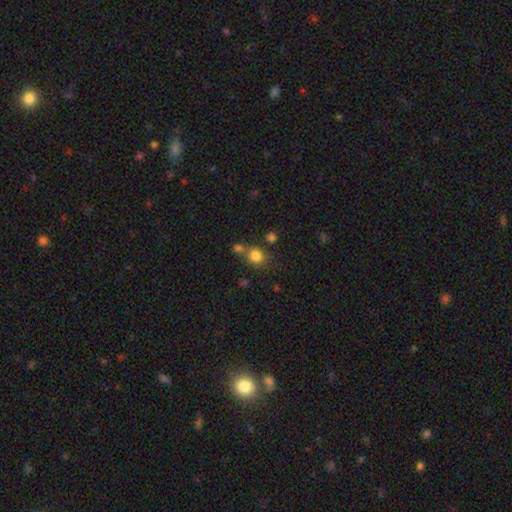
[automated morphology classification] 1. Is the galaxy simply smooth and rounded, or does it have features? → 81% smooth, 13% star or artifact, 6% featured or disk.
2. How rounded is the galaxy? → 79% round, 20% in between, 1% cigar-shaped.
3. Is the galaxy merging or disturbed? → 61% none, 24% merger, 10% minor disturbance, 4% major disturbance.